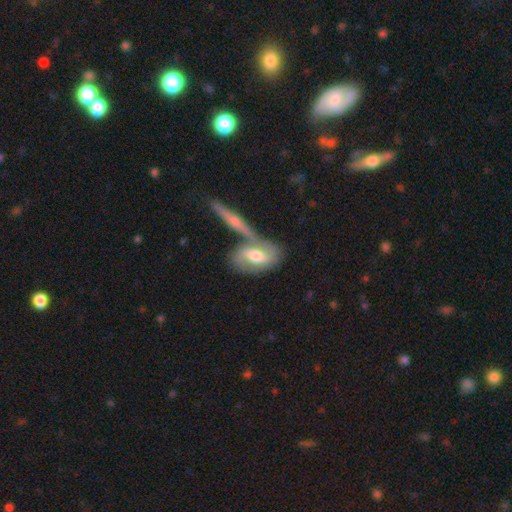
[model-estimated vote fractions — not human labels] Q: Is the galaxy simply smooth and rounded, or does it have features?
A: featured or disk — 58%.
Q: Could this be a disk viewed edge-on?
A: no — 80%.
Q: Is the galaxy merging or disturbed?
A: merger — 41%.